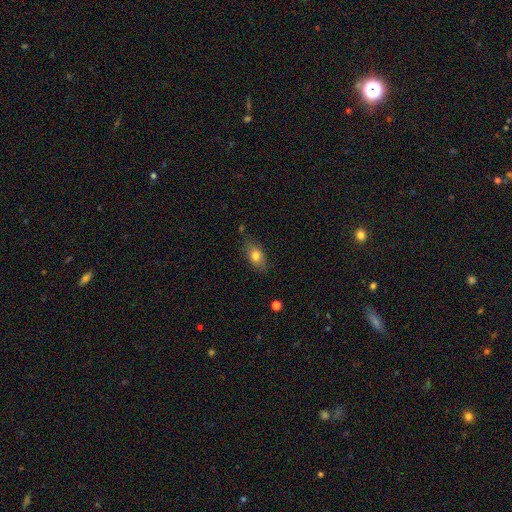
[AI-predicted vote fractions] Morphology: type=smooth (76%); roundness=in between (83%); merging=none (77%).